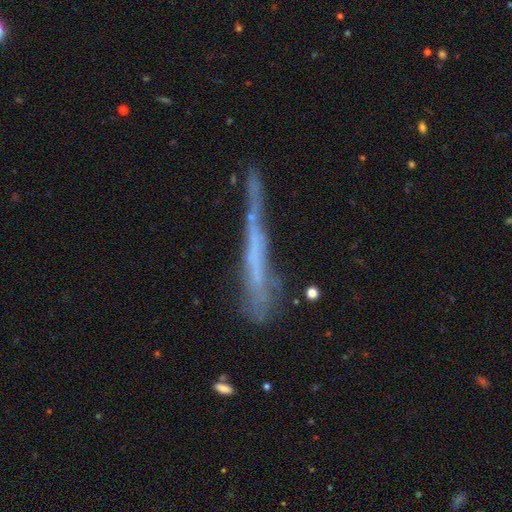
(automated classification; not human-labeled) Smooth or featured?
  - featured or disk: 53% *
  - smooth: 36%
  - star or artifact: 11%
Edge-on disk?
  - yes: 81% *
  - no: 19%
Merging?
  - none: 49% *
  - minor disturbance: 26%
  - major disturbance: 17%
  - merger: 8%